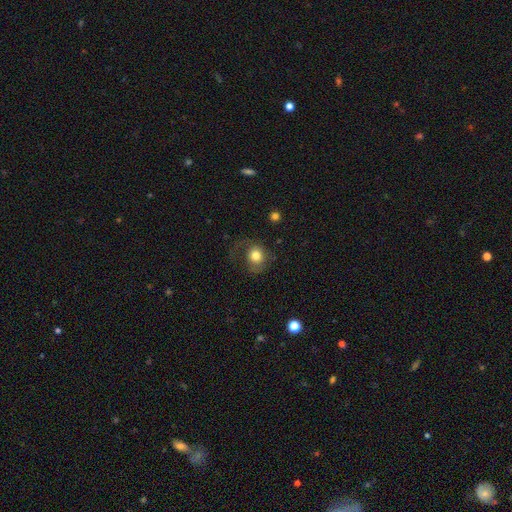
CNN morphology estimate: This appears to be a smooth galaxy with no disk features (68%) that is round (77%). Merging: none (47%).